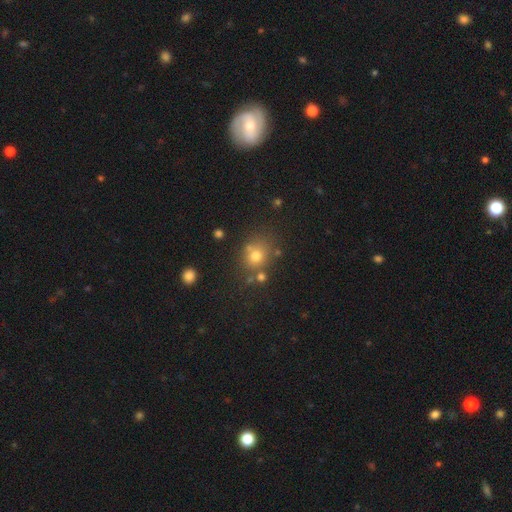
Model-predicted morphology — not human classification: smooth-or-featured: smooth: 70% | star or artifact: 18% | featured or disk: 11%
  how-rounded: round: 73% | in between: 26% | cigar-shaped: 1%
  merging: none: 67% | merger: 15% | minor disturbance: 13% | major disturbance: 5%